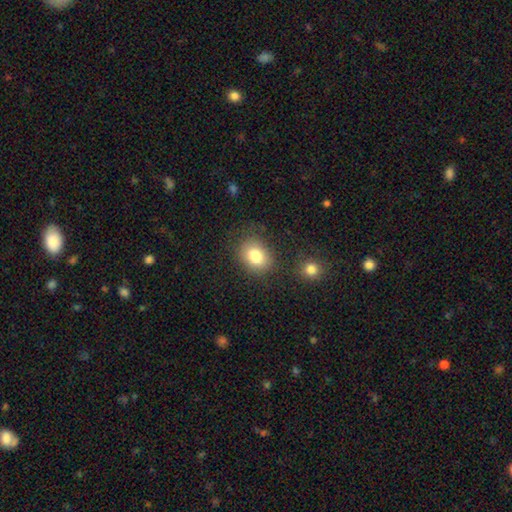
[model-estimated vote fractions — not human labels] A smooth galaxy with no disk features (81%) that is in between round and cigar-shaped (58%). Merging: none (77%).